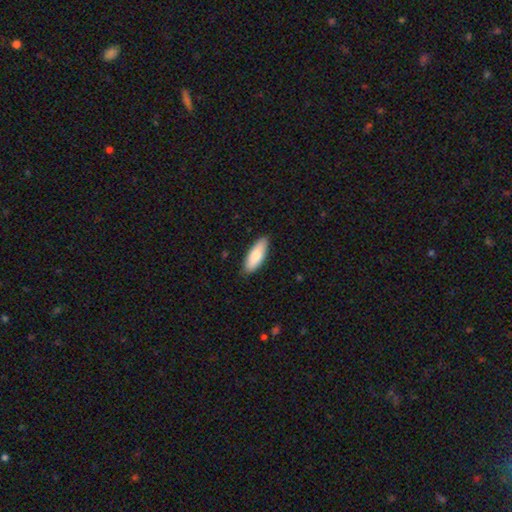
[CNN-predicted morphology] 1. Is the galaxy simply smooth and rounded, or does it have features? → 79% smooth, 16% featured or disk, 5% star or artifact.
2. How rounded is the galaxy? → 68% in between, 30% cigar-shaped, 2% round.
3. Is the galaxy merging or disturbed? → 87% none, 10% minor disturbance, 2% major disturbance, 1% merger.